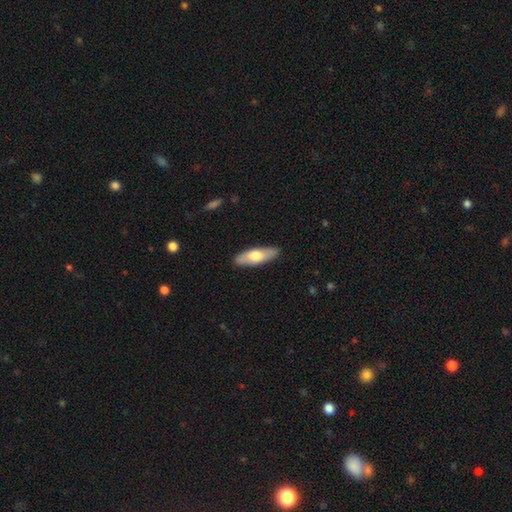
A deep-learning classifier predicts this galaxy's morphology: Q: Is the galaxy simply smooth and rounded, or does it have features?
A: smooth — 64%.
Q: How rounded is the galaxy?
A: in between — 59%.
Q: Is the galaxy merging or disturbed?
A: none — 88%.